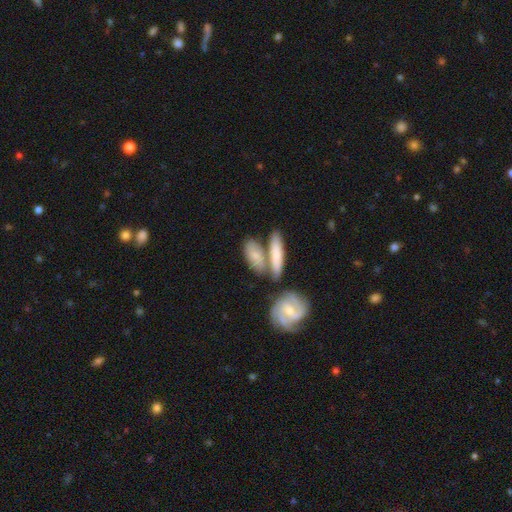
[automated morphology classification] smooth_or_featured: smooth (p=0.62) [alt: featured or disk p=0.32]
how_rounded: in between (p=0.61) [alt: cigar-shaped p=0.35]
merging: none (p=0.46) [alt: merger p=0.35]